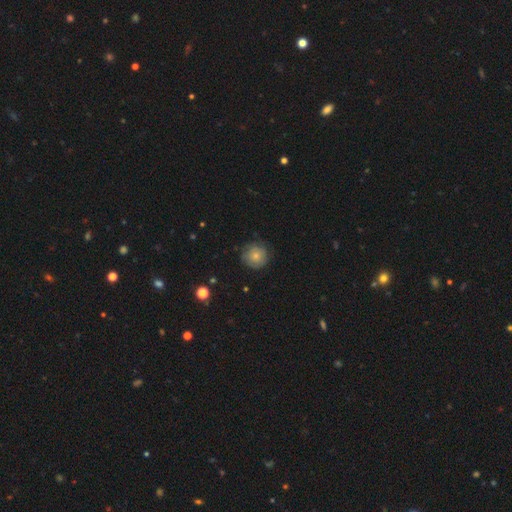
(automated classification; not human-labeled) Smooth or featured: smooth — 71% (featured or disk — 20%)
How rounded: round — 93% (in between — 6%)
Merging: none — 76% (minor disturbance — 18%)